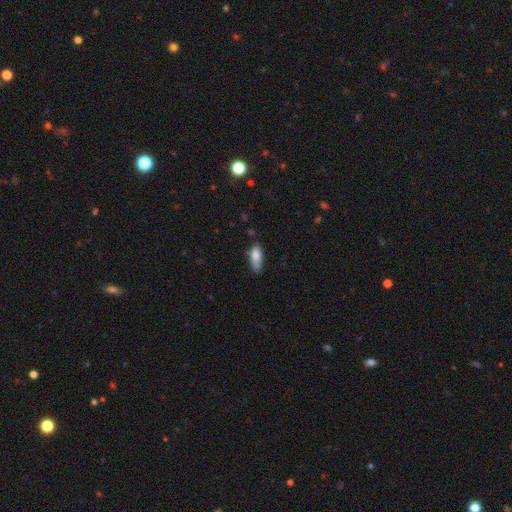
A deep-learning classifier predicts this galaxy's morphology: This appears to be a smooth galaxy with no disk features (82%) that is in between round and cigar-shaped (70%). Merging: none (54%).